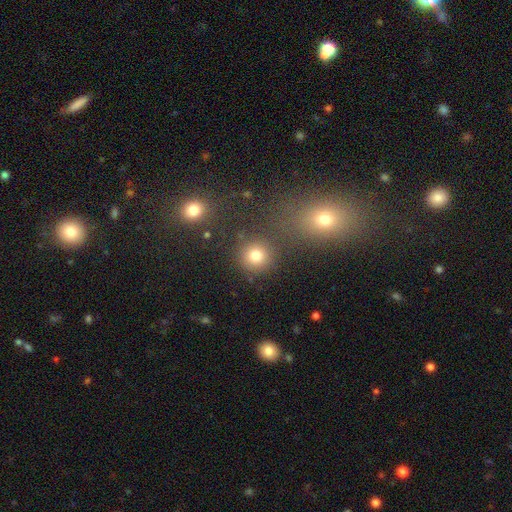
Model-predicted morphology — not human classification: This is likely a smooth galaxy (78%). How rounded: clearly round (91%). Merging: clearly none (80%).